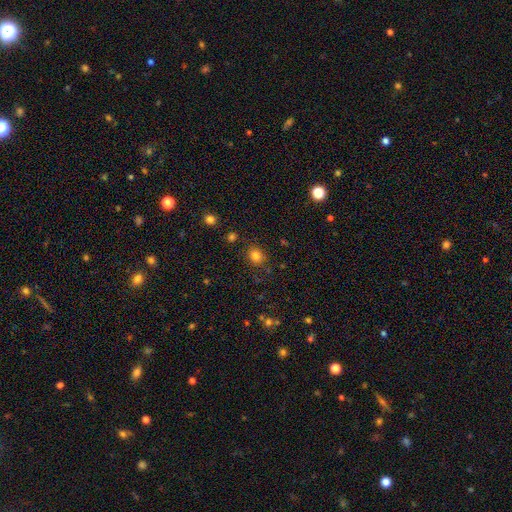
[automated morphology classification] Smooth or featured?
  - smooth: 81% *
  - star or artifact: 14%
  - featured or disk: 5%
How rounded?
  - round: 72% *
  - in between: 28%
  - cigar-shaped: 1%
Merging?
  - none: 84% *
  - minor disturbance: 10%
  - major disturbance: 3%
  - merger: 3%